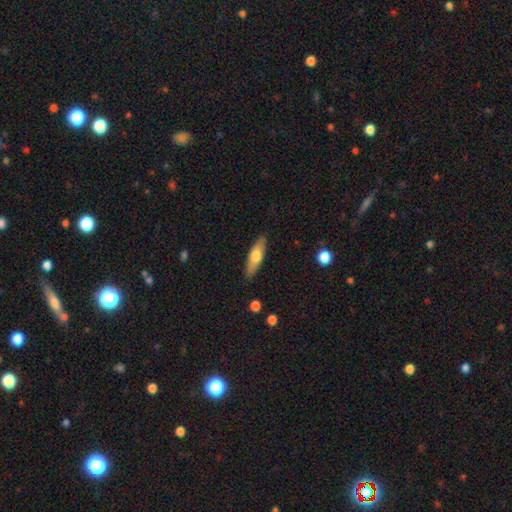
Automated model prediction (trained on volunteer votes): Smooth or featured? Predicted: smooth (p=0.60). How rounded? Predicted: cigar-shaped (p=0.58). Merging? Predicted: none (p=0.87).